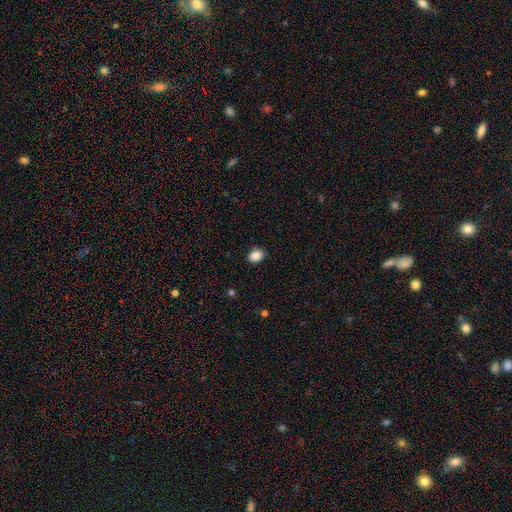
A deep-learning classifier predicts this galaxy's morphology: Q: Smooth or featured?
A: smooth (88%); runner-up: star or artifact (9%)
Q: How rounded?
A: in between (60%); runner-up: round (39%)
Q: Merging?
A: none (90%); runner-up: minor disturbance (7%)